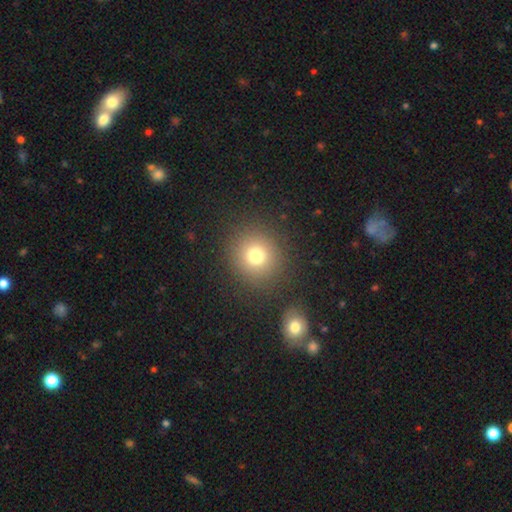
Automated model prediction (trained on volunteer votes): A smooth galaxy with no disk features (75%) that is round (90%).

Vote fractions:
- Smooth or featured? smooth: 75% / star or artifact: 16% / featured or disk: 9%
- How rounded? round: 90% / in between: 9% / cigar-shaped: 1%
- Merging? none: 87% / minor disturbance: 7% / major disturbance: 4% / merger: 3%